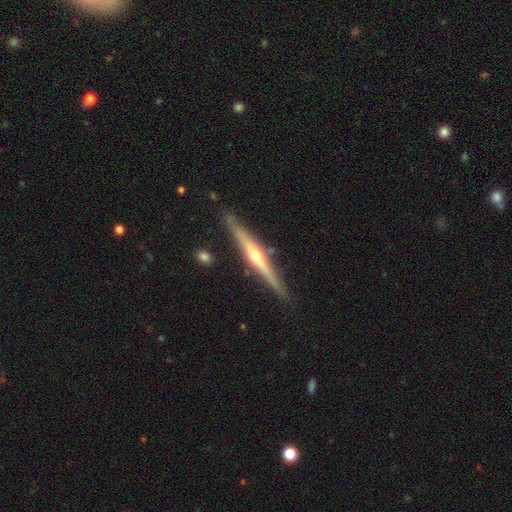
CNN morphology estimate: Smooth or featured?
  - featured or disk: 78% *
  - smooth: 16%
  - star or artifact: 5%
Edge-on disk?
  - yes: 98% *
  - no: 2%
Edge-on bulge?
  - rounded: 88% *
  - none: 9%
  - boxy: 3%
Merging?
  - none: 86% *
  - minor disturbance: 10%
  - merger: 2%
  - major disturbance: 2%